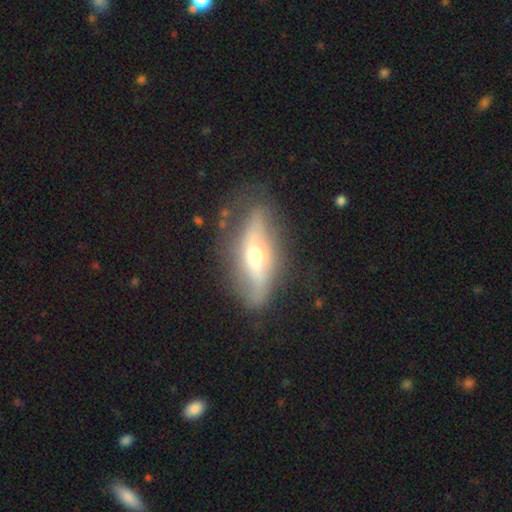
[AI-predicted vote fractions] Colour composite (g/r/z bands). It shows a featured or disk galaxy (70%). Merging: none (67%).